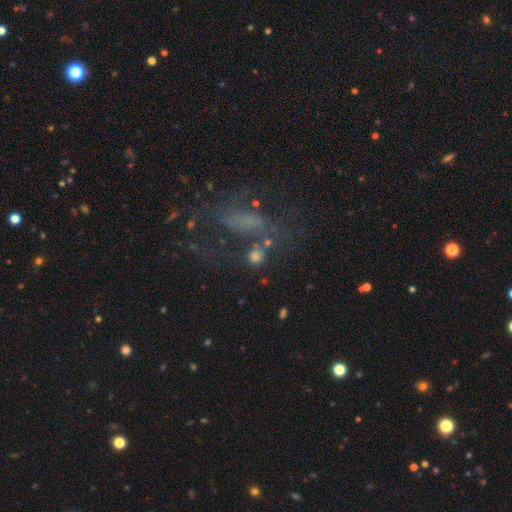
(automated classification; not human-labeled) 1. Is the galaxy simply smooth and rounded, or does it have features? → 51% smooth, 26% featured or disk, 22% star or artifact.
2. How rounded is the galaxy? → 60% round, 35% in between, 5% cigar-shaped.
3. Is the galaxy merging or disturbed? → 52% none, 18% major disturbance, 16% minor disturbance, 13% merger.